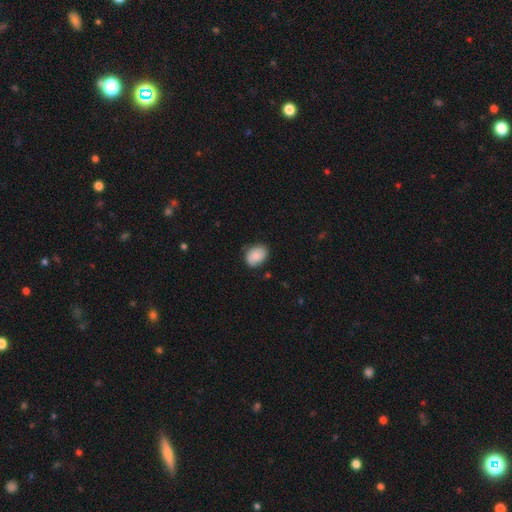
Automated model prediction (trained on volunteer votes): A smooth galaxy with no disk features (84%) that is in between round and cigar-shaped (71%).

Vote fractions:
- Smooth or featured? smooth: 84% / featured or disk: 9% / star or artifact: 7%
- How rounded? in between: 71% / round: 28% / cigar-shaped: 1%
- Merging? none: 77% / minor disturbance: 18% / major disturbance: 4% / merger: 1%